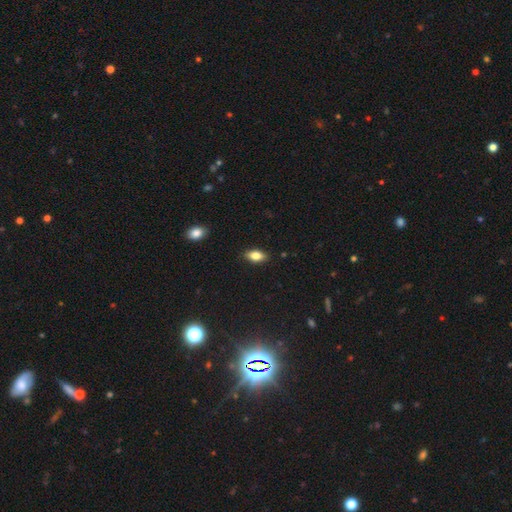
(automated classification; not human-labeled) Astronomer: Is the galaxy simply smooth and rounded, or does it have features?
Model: smooth — 80%.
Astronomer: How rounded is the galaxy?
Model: in between — 89%.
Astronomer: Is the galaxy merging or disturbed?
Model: none — 87%.